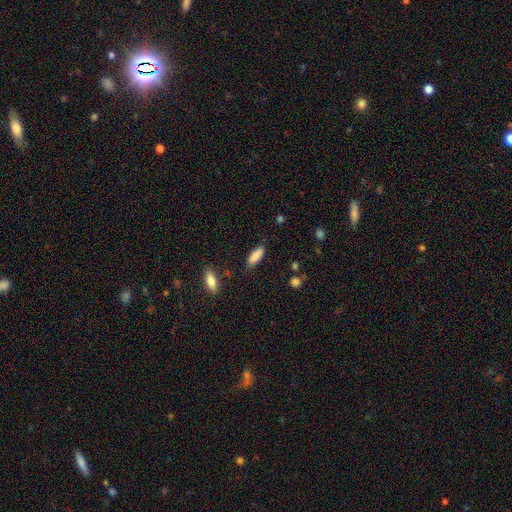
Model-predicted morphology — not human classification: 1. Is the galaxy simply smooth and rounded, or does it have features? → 87% smooth, 7% star or artifact, 6% featured or disk.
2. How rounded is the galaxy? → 63% in between, 35% cigar-shaped, 2% round.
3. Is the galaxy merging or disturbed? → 82% none, 13% minor disturbance, 3% major disturbance, 2% merger.